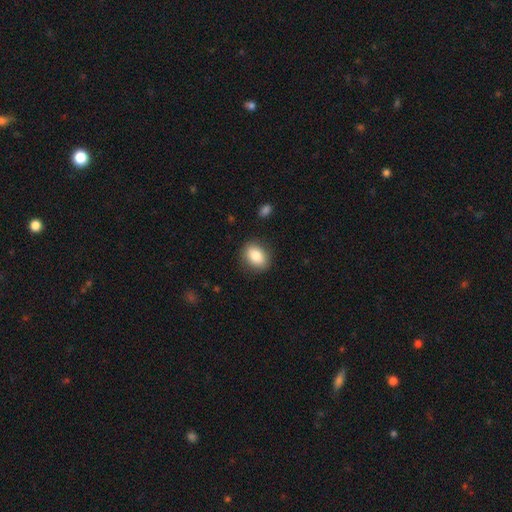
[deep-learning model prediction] smooth 84%, featured or disk 8%, star or artifact 8%. Down the decision tree: how rounded — in between (66%); merging — none (86%).